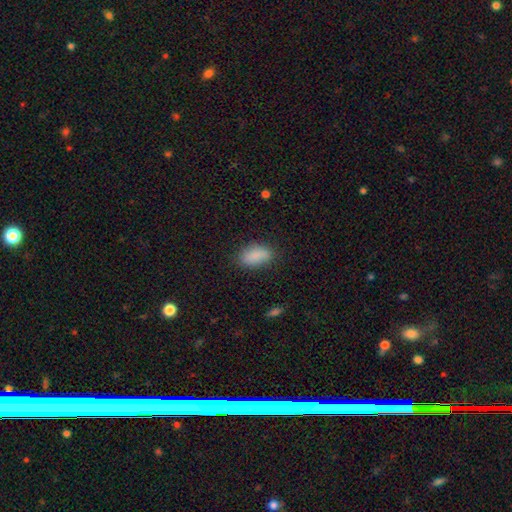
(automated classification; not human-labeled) Smooth or featured: smooth — 86% (star or artifact — 8%)
How rounded: in between — 89% (cigar-shaped — 7%)
Merging: none — 77% (minor disturbance — 17%)